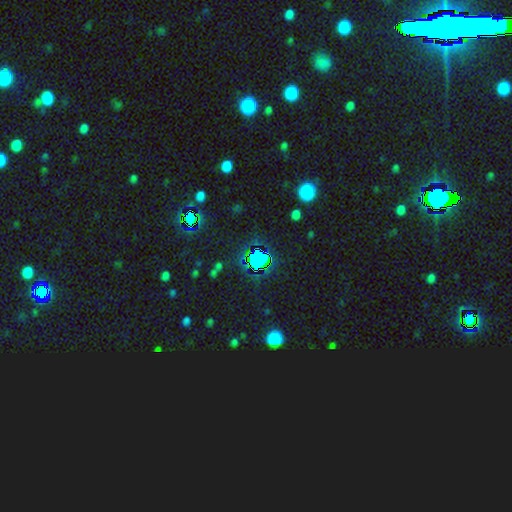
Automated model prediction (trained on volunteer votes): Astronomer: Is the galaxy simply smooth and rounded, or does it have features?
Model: star or artifact — 71%.